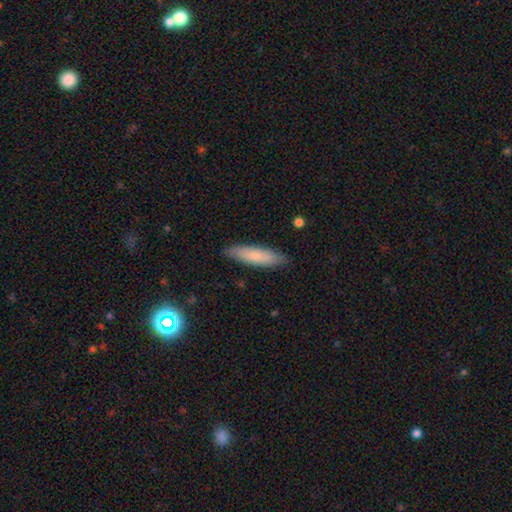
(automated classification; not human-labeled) smooth 76%, featured or disk 18%, star or artifact 6%. Down the decision tree: how rounded — cigar-shaped (75%); merging — none (87%).